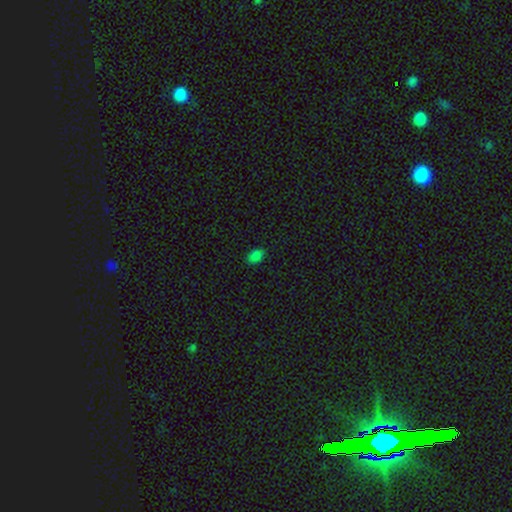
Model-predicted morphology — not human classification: Q: Smooth or featured?
A: smooth (82%); runner-up: star or artifact (15%)
Q: How rounded?
A: in between (82%); runner-up: round (16%)
Q: Merging?
A: none (86%); runner-up: minor disturbance (11%)